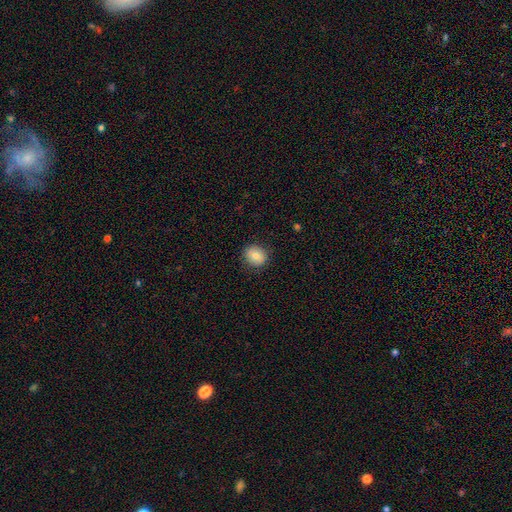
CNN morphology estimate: smooth-or-featured: smooth: 80% | featured or disk: 11% | star or artifact: 9%
  how-rounded: round: 72% | in between: 28% | cigar-shaped: 1%
  merging: none: 88% | minor disturbance: 9% | major disturbance: 2% | merger: 1%